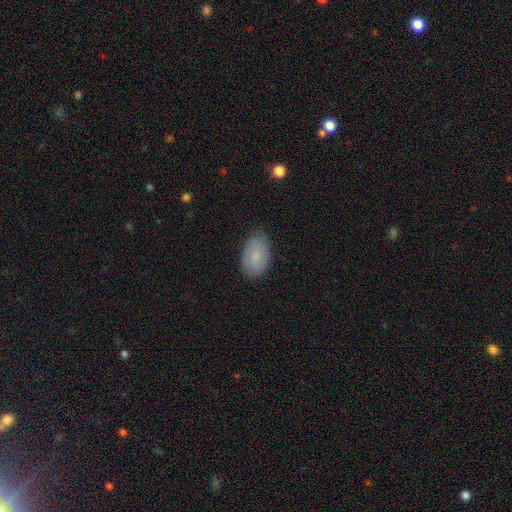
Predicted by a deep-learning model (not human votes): smooth-or-featured: smooth: 70% | featured or disk: 23% | star or artifact: 7%
  how-rounded: in between: 92% | round: 6% | cigar-shaped: 2%
  merging: none: 77% | minor disturbance: 19% | major disturbance: 3% | merger: 1%